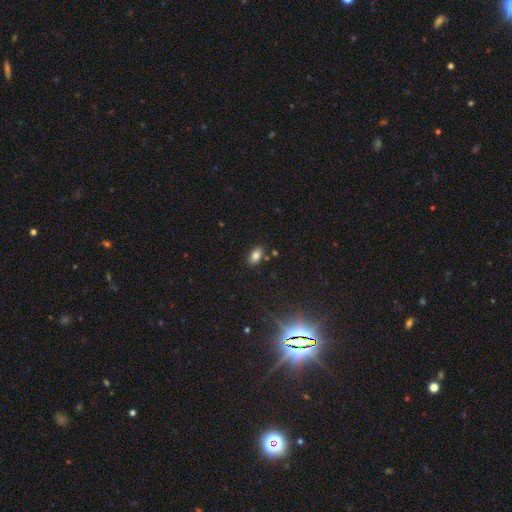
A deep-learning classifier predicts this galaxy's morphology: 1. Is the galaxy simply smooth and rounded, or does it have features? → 81% smooth, 11% star or artifact, 8% featured or disk.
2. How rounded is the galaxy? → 90% in between, 8% round, 2% cigar-shaped.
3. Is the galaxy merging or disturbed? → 82% none, 11% minor disturbance, 5% merger, 3% major disturbance.